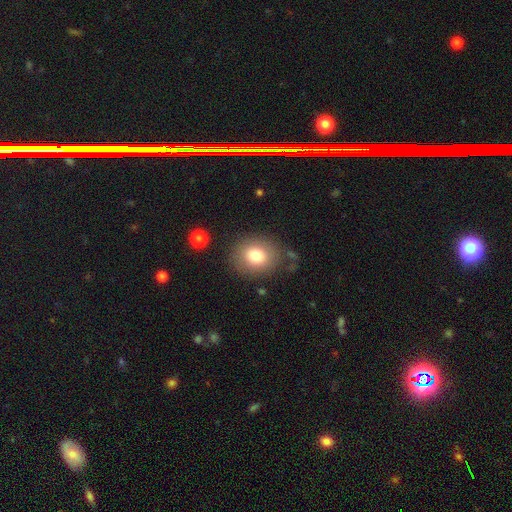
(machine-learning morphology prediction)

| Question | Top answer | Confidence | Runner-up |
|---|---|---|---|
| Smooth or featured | smooth | 79% | featured or disk (12%) |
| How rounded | round | 66% | in between (33%) |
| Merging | none | 79% | minor disturbance (13%) |